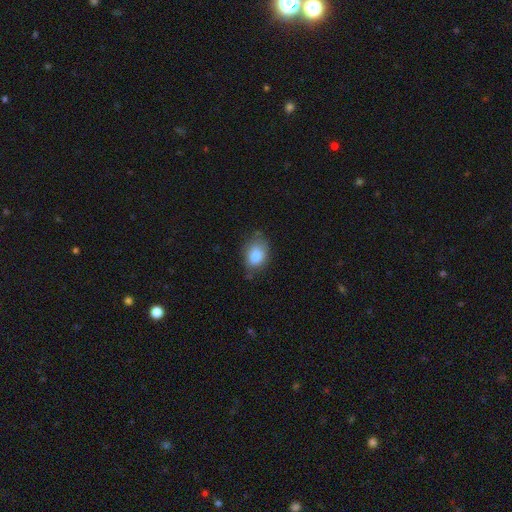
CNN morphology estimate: smooth 83%, featured or disk 9%, star or artifact 8%. Down the decision tree: how rounded — in between (78%); merging — none (57%).